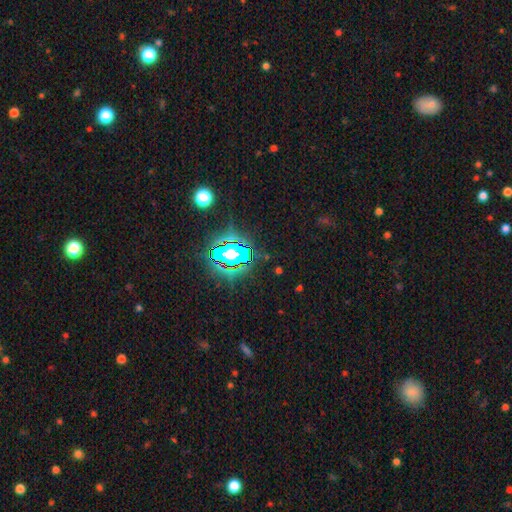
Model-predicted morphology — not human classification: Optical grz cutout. It shows a star or artifact, not a galaxy (75%).